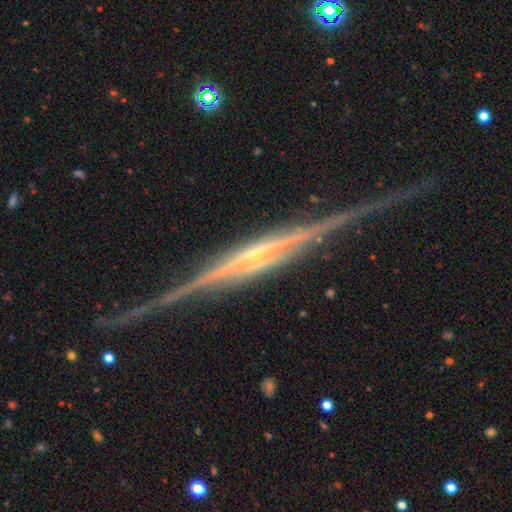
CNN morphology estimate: Smooth or featured? Predicted: featured or disk (p=0.90). Edge-on disk? Predicted: yes (p=0.98). Edge-on bulge? Predicted: rounded (p=0.55). Merging? Predicted: none (p=0.84).